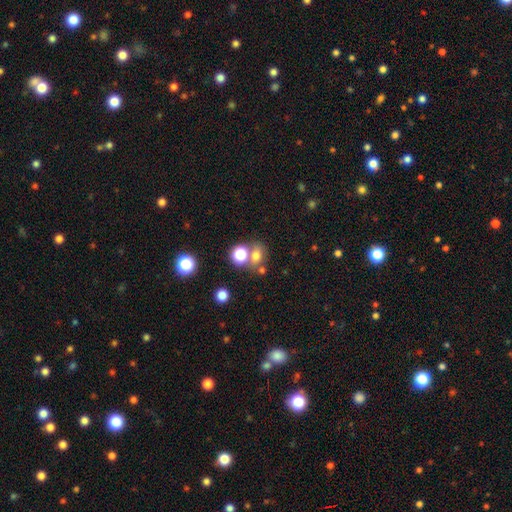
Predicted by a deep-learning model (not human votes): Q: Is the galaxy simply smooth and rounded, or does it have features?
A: smooth — 70%.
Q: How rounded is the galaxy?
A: round — 58%.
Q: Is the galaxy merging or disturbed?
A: none — 50%.